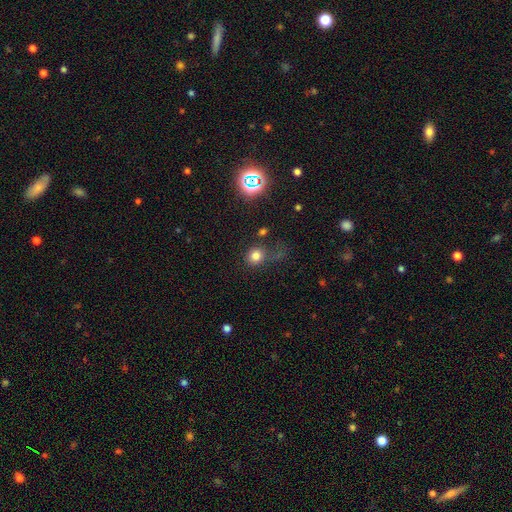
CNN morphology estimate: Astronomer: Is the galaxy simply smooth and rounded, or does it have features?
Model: smooth — 75%.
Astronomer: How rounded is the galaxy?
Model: round — 81%.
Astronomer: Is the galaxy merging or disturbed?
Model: none — 60%.